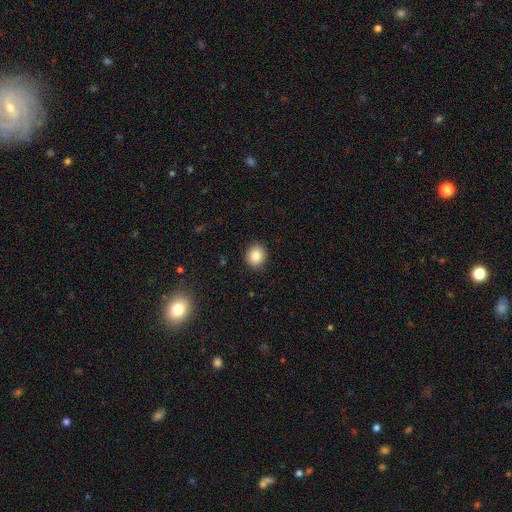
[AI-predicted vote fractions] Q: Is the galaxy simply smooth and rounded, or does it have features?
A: smooth — 85%.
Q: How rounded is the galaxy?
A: round — 80%.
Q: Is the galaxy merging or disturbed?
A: none — 89%.